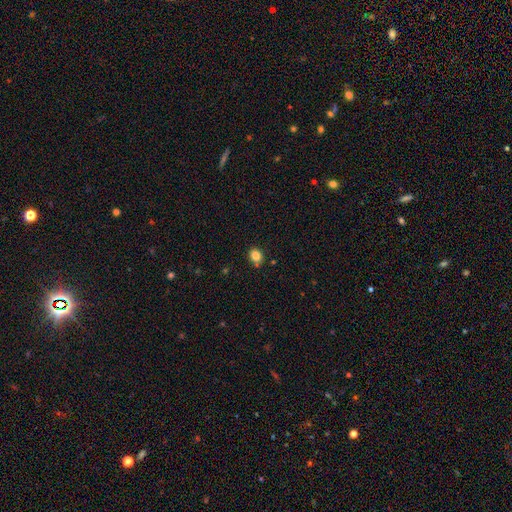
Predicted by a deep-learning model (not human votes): A smooth galaxy with no disk features (83%) that is round (61%).

Vote fractions:
- Smooth or featured? smooth: 83% / star or artifact: 11% / featured or disk: 6%
- How rounded? round: 61% / in between: 38% / cigar-shaped: 1%
- Merging? none: 80% / minor disturbance: 12% / merger: 5% / major disturbance: 3%